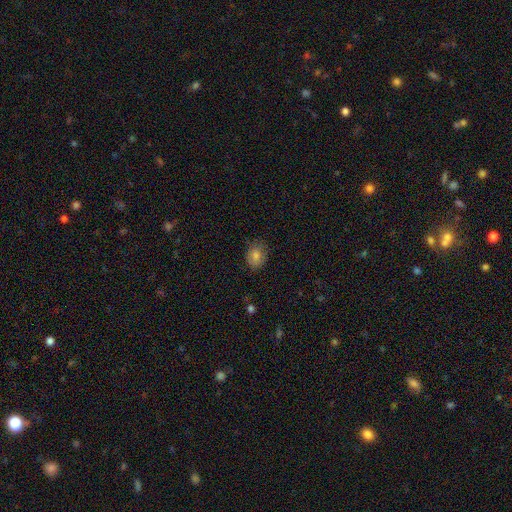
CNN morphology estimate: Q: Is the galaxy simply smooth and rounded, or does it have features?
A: smooth — 79%.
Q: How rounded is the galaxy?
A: in between — 59%.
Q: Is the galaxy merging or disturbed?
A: none — 78%.